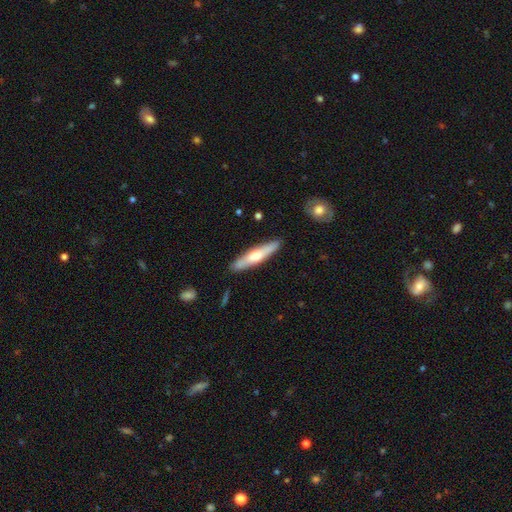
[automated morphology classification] The model was most divided on "smooth or featured": smooth: 50%, featured or disk: 45%, star or artifact: 5%. More confident: merging — none (89%).